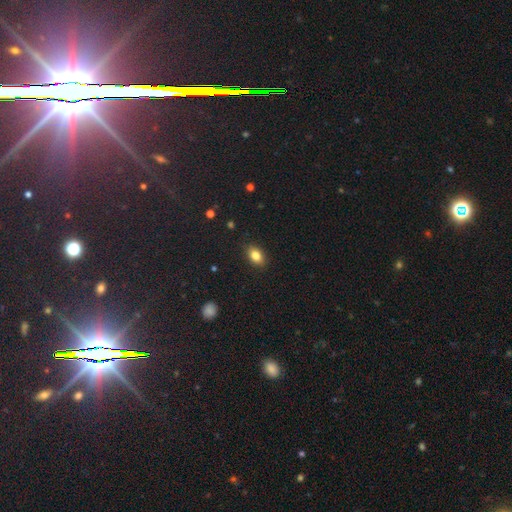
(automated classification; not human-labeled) Smooth or featured: smooth — 83% (star or artifact — 10%)
How rounded: in between — 82% (round — 16%)
Merging: none — 87% (minor disturbance — 10%)